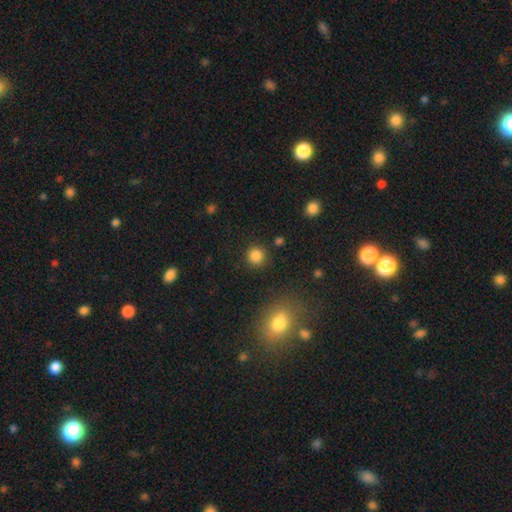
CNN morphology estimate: smooth_or_featured: smooth (p=0.84) [alt: star or artifact p=0.12]
how_rounded: round (p=0.93) [alt: in between p=0.06]
merging: none (p=0.88) [alt: minor disturbance p=0.07]